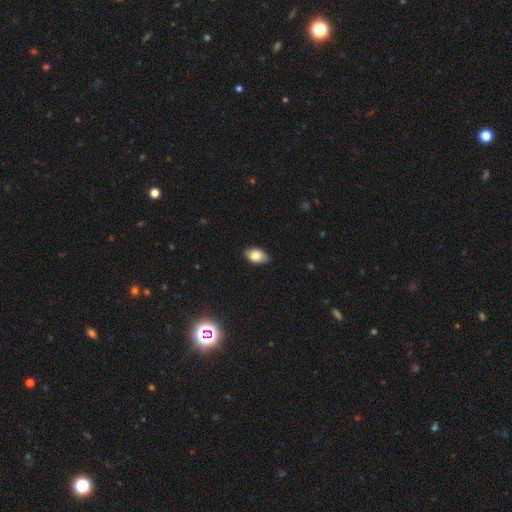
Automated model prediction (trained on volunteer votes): Smooth or featured? smooth (82%)
How rounded? in between (91%)
Merging? none (79%)